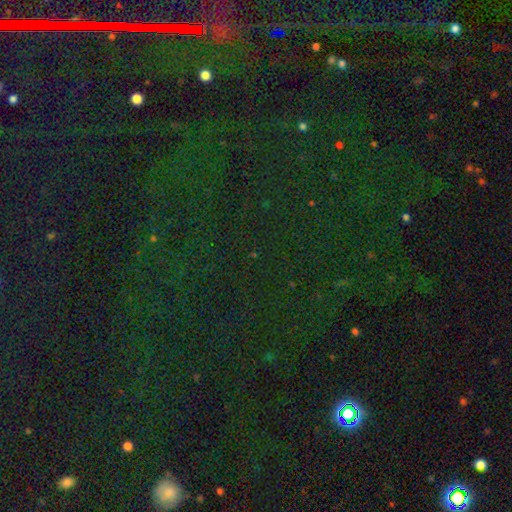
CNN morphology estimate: This is clearly a star or artifact rather than a galaxy (82%).